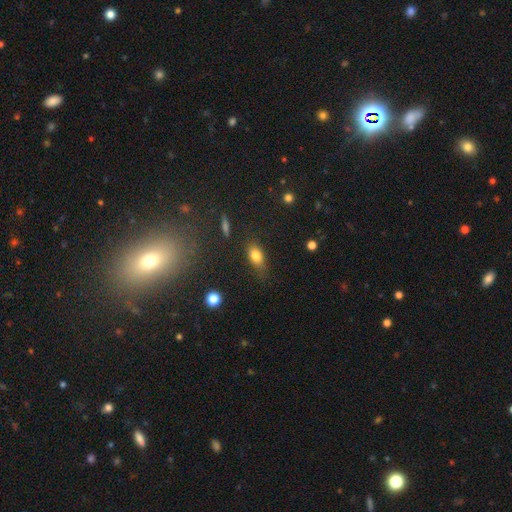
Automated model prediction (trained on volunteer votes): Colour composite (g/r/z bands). It shows a smooth galaxy with no disk features (80%) that is in between round and cigar-shaped (81%). Merging: none (65%).